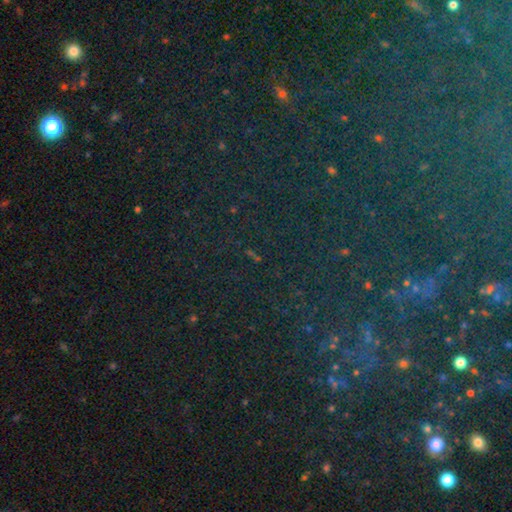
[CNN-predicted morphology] Smooth or featured?
  - star or artifact: 80% *
  - smooth: 11%
  - featured or disk: 9%